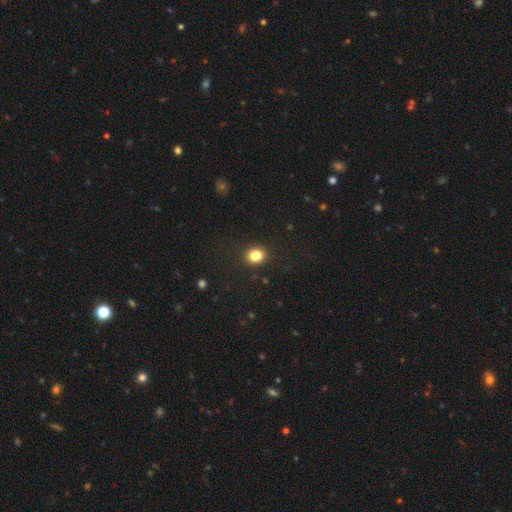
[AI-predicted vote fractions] Smooth or featured? Predicted: smooth (p=0.84). How rounded? Predicted: round (p=0.58). Merging? Predicted: none (p=0.85).